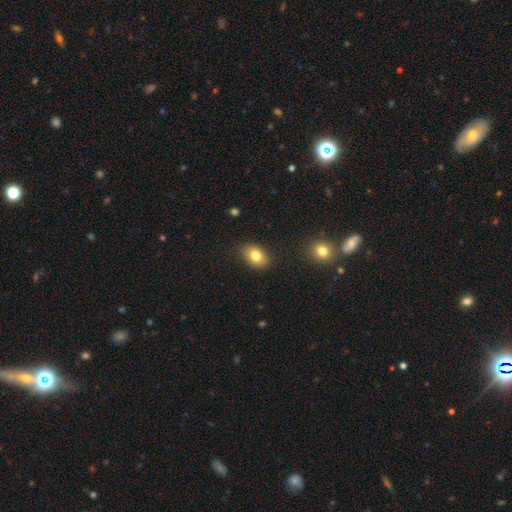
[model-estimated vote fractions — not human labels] Smooth or featured: smooth — 81% (featured or disk — 10%)
How rounded: in between — 79% (round — 19%)
Merging: none — 86% (minor disturbance — 10%)